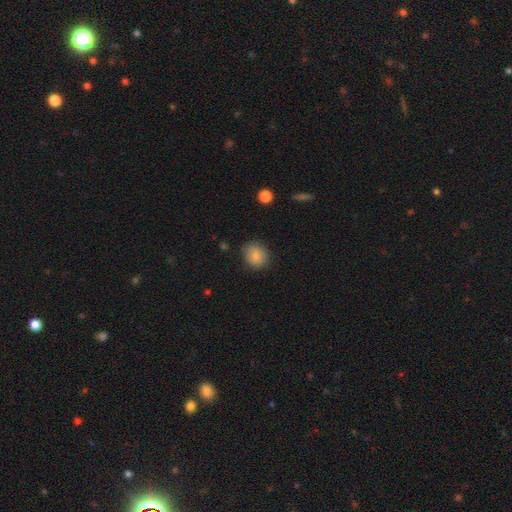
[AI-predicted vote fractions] Smooth or featured: smooth — 82% (featured or disk — 10%)
How rounded: round — 70% (in between — 29%)
Merging: none — 83% (minor disturbance — 13%)